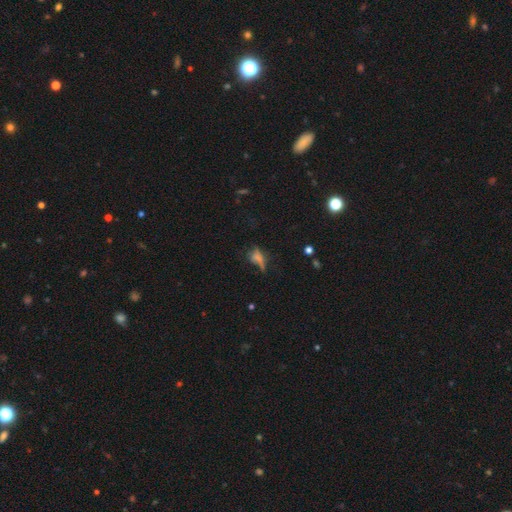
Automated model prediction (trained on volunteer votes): A smooth galaxy with no disk features (49%). Merging: none (37%).